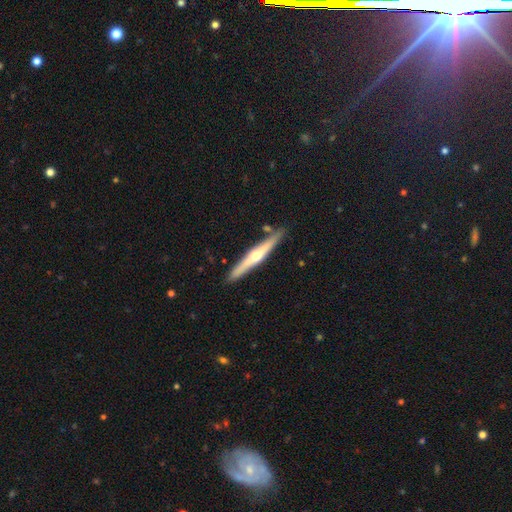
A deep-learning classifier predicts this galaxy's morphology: Smooth or featured?
  - featured or disk: 67% *
  - smooth: 28%
  - star or artifact: 5%
Edge-on disk?
  - yes: 97% *
  - no: 3%
Edge-on bulge?
  - rounded: 88% *
  - none: 9%
  - boxy: 3%
Merging?
  - none: 87% *
  - minor disturbance: 9%
  - merger: 3%
  - major disturbance: 2%